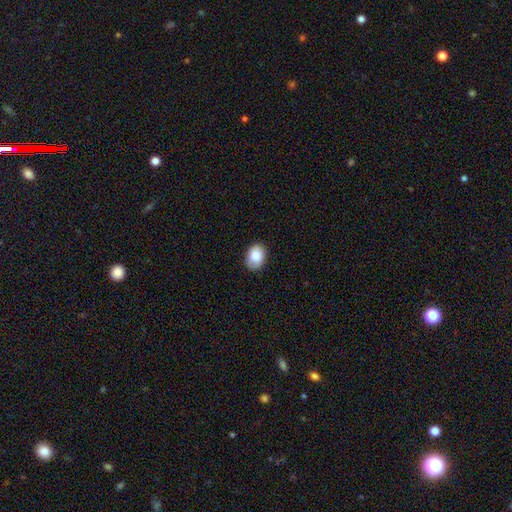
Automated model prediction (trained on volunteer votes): smooth 85%, featured or disk 8%, star or artifact 8%. Down the decision tree: how rounded — in between (76%); merging — none (85%).